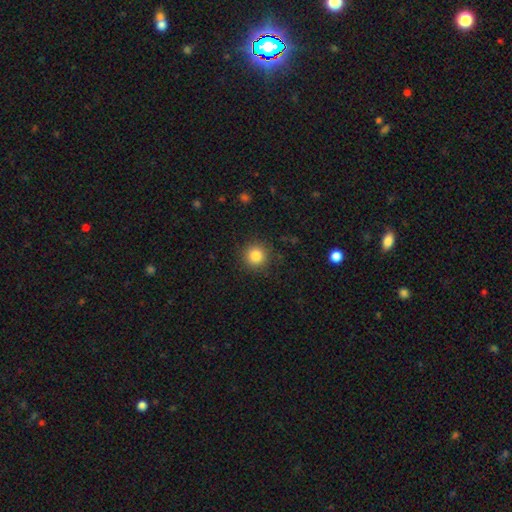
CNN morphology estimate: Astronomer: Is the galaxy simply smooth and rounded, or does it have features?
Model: smooth — 84%.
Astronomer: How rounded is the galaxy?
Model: round — 95%.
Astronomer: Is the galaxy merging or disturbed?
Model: none — 90%.